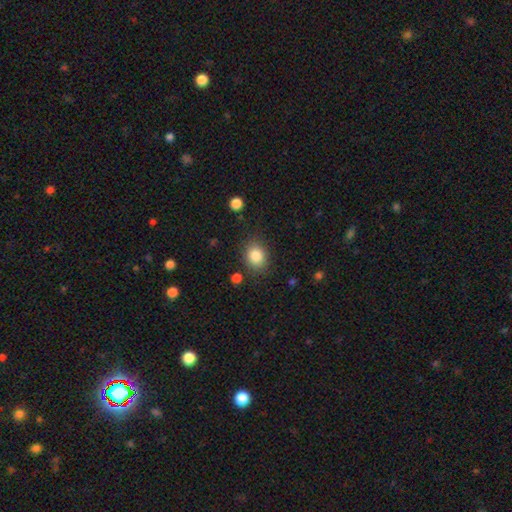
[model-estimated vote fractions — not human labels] Smooth or featured? smooth (85%)
How rounded? round (58%)
Merging? none (81%)